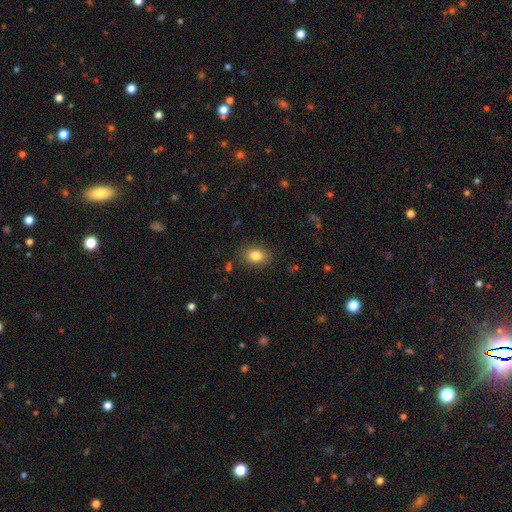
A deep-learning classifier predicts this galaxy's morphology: Smooth or featured? Predicted: smooth (p=0.83). How rounded? Predicted: in between (p=0.69). Merging? Predicted: none (p=0.86).